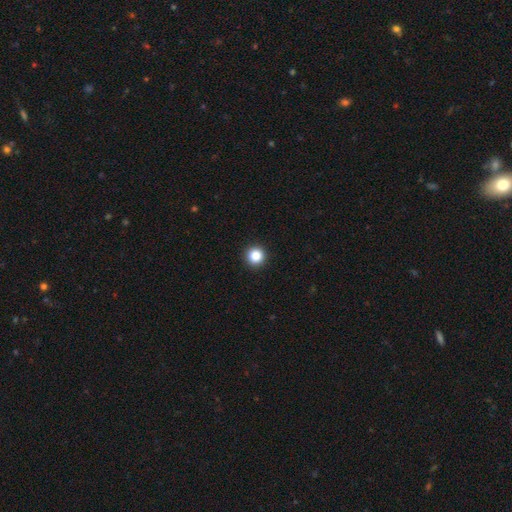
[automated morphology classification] Q: Smooth or featured?
A: smooth (86%); runner-up: star or artifact (10%)
Q: How rounded?
A: round (96%); runner-up: in between (3%)
Q: Merging?
A: none (93%); runner-up: minor disturbance (4%)